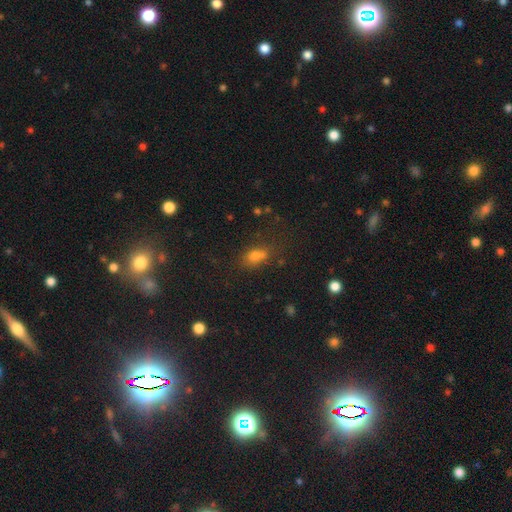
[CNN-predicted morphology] Smooth or featured? Predicted: smooth (p=0.68). How rounded? Predicted: in between (p=0.69). Merging? Predicted: none (p=0.56).